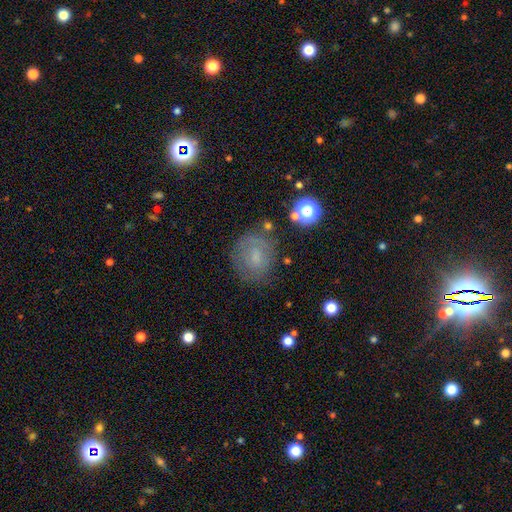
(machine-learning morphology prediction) Smooth or featured: smooth — 47% (featured or disk — 36%)
Merging: none — 70% (minor disturbance — 19%)